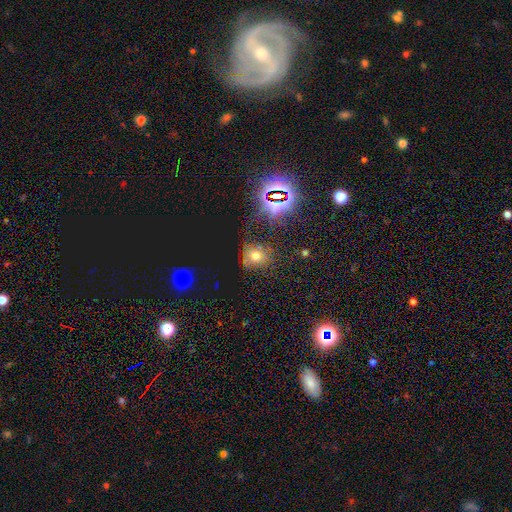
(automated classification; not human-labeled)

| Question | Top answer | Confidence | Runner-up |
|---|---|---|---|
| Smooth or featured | smooth | 46% | star or artifact (37%) |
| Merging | none | 64% | minor disturbance (19%) |